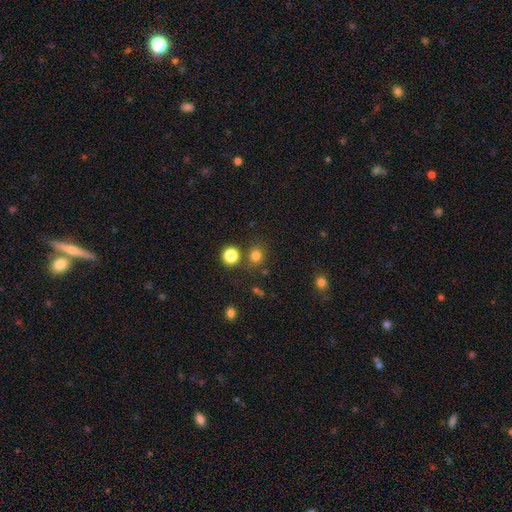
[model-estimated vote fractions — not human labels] Smooth or featured? smooth (78%)
How rounded? round (81%)
Merging? none (74%)